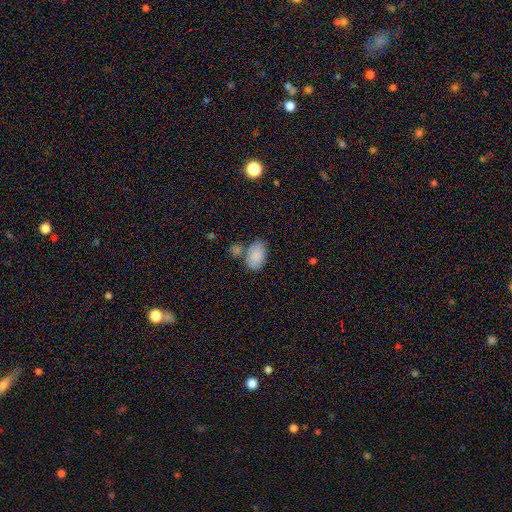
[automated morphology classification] Smooth or featured? smooth (85%)
How rounded? in between (92%)
Merging? none (58%)